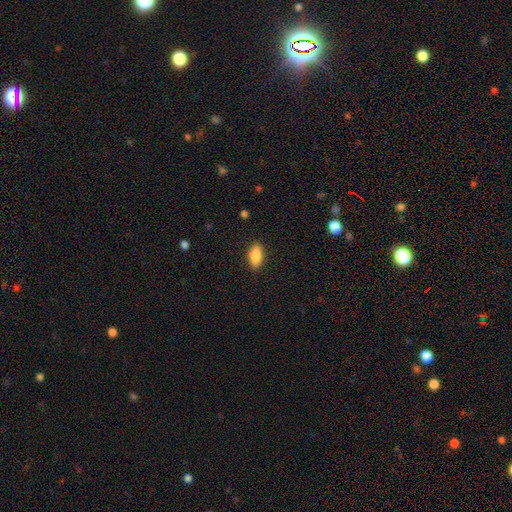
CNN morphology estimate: smooth_or_featured: smooth (p=0.88) [alt: star or artifact p=0.07]
how_rounded: in between (p=0.86) [alt: cigar-shaped p=0.11]
merging: none (p=0.87) [alt: minor disturbance p=0.09]